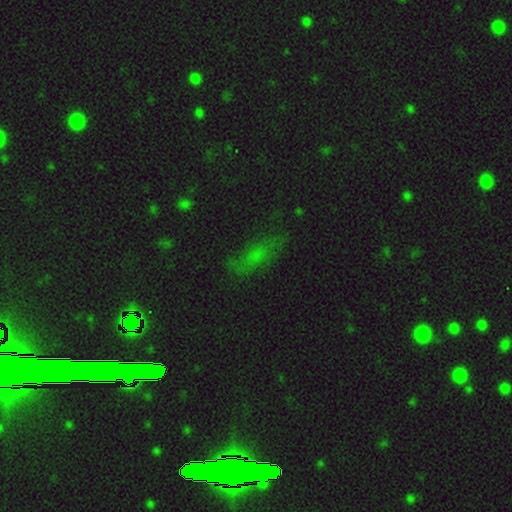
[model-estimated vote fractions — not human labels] smooth 51%, star or artifact 32%, featured or disk 17%. Down the decision tree: how rounded — in between (62%); merging — none (65%).